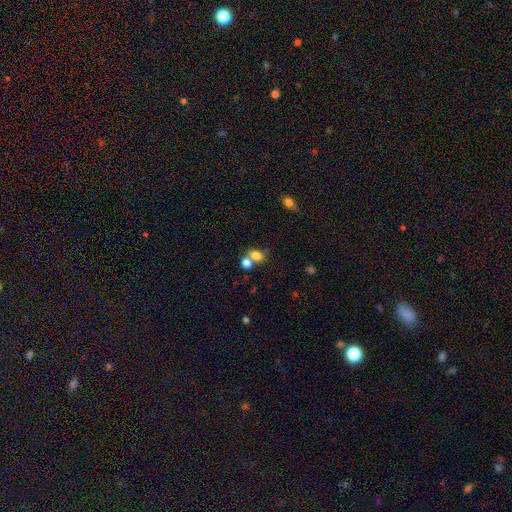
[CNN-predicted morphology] A smooth galaxy with no disk features (78%) that is in between round and cigar-shaped (64%).

Vote fractions:
- Smooth or featured? smooth: 78% / star or artifact: 12% / featured or disk: 9%
- How rounded? in between: 64% / round: 34% / cigar-shaped: 2%
- Merging? merger: 45% / none: 41% / minor disturbance: 10% / major disturbance: 5%